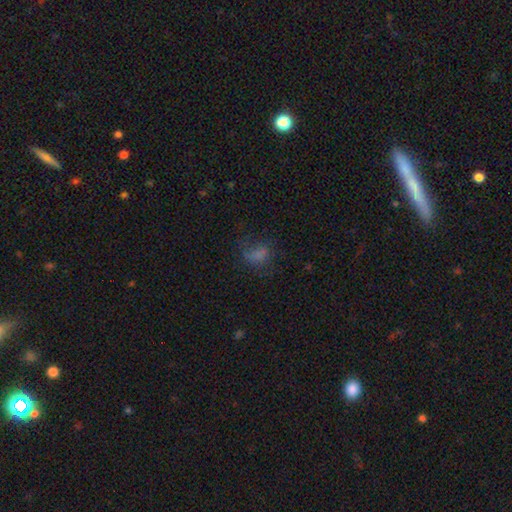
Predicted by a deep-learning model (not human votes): smooth_or_featured: smooth (p=0.62) [alt: star or artifact p=0.22]
how_rounded: in between (p=0.68) [alt: round p=0.29]
merging: none (p=0.47) [alt: major disturbance p=0.27]